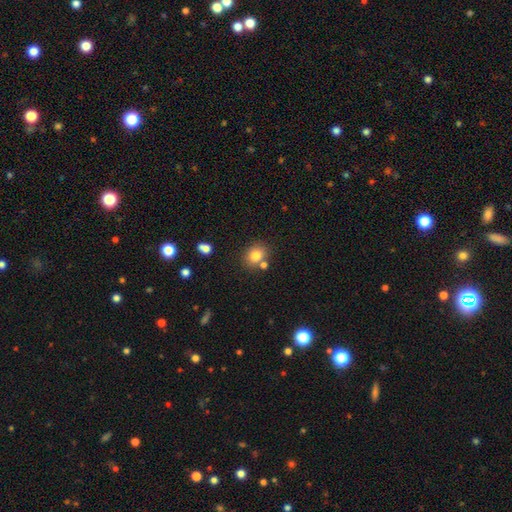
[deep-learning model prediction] Smooth or featured: smooth — 80% (star or artifact — 11%)
How rounded: round — 63% (in between — 37%)
Merging: none — 70% (merger — 15%)